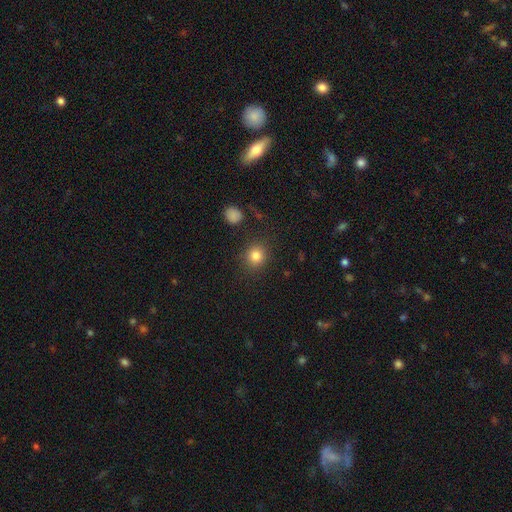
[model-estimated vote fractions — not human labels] smooth_or_featured: smooth (p=0.83) [alt: star or artifact p=0.12]
how_rounded: round (p=0.85) [alt: in between p=0.14]
merging: none (p=0.87) [alt: minor disturbance p=0.08]